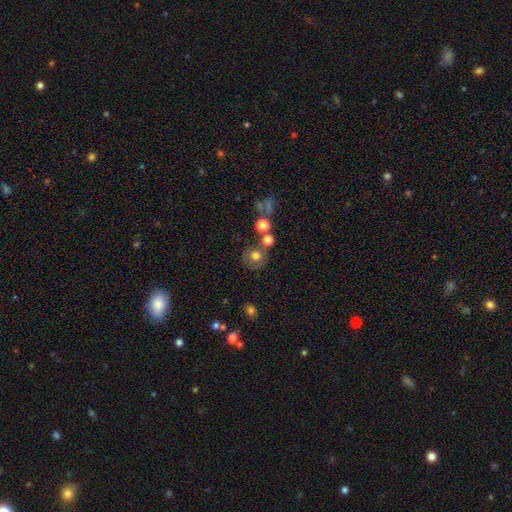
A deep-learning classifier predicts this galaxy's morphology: Smooth or featured: smooth — 71% (featured or disk — 15%)
How rounded: round — 85% (in between — 14%)
Merging: none — 61% (merger — 21%)